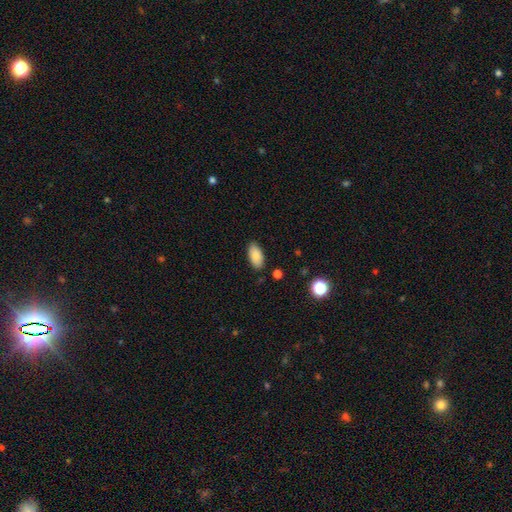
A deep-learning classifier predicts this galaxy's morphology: smooth-or-featured: smooth: 87% | star or artifact: 7% | featured or disk: 6%
  how-rounded: in between: 93% | cigar-shaped: 4% | round: 3%
  merging: none: 86% | minor disturbance: 10% | major disturbance: 2% | merger: 2%